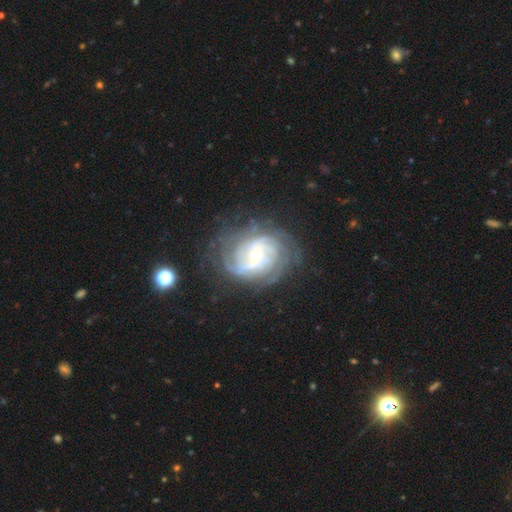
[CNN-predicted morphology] This appears to be a featured or disk galaxy (84%) with no bar (49%), tight (59%) spiral arms (94%) and a small central bulge (64%). Merging: none (69%).